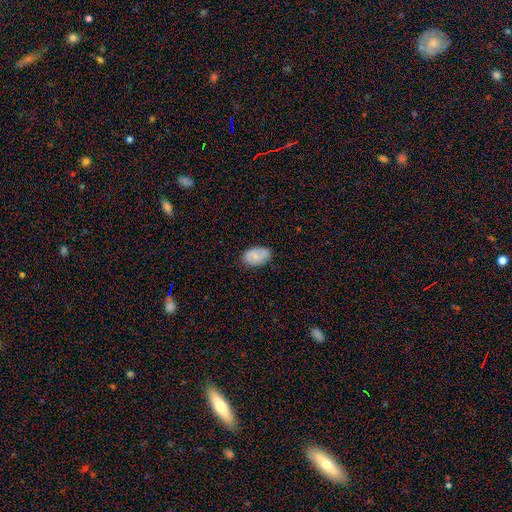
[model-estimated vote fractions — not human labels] smooth_or_featured: smooth (p=0.73) [alt: featured or disk p=0.20]
how_rounded: in between (p=0.91) [alt: round p=0.07]
merging: none (p=0.79) [alt: minor disturbance p=0.17]